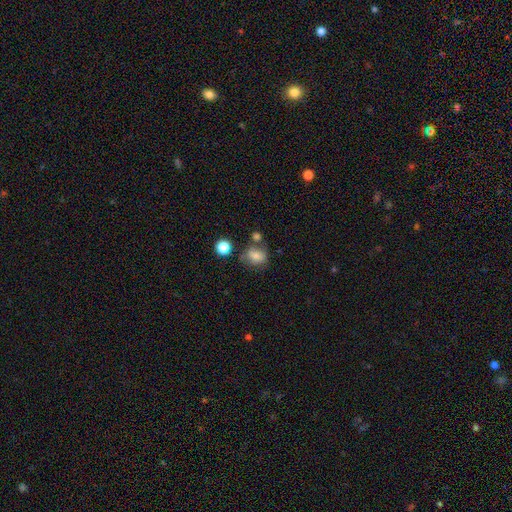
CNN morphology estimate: A smooth galaxy with no disk features (73%) that is round (57%).

Vote fractions:
- Smooth or featured? smooth: 73% / featured or disk: 14% / star or artifact: 12%
- How rounded? round: 57% / in between: 42% / cigar-shaped: 1%
- Merging? none: 55% / minor disturbance: 21% / merger: 16% / major disturbance: 8%